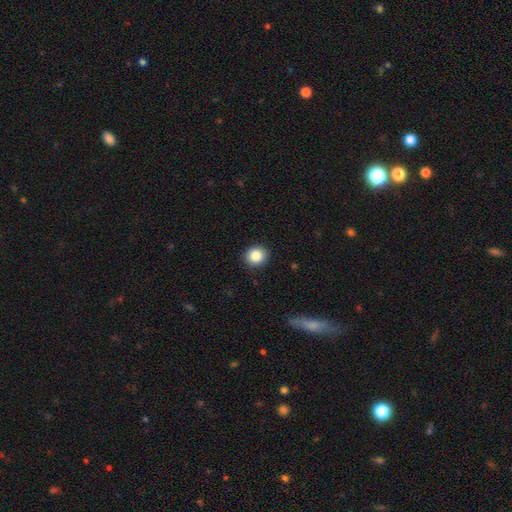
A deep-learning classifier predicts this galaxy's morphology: Overall: smooth (87%). How rounded: round (88%). Merging: none (91%).